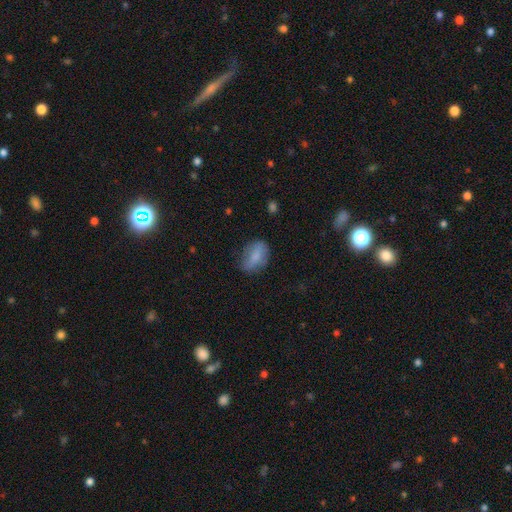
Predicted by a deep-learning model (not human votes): smooth_or_featured: smooth (p=0.75) [alt: featured or disk p=0.16]
how_rounded: in between (p=0.83) [alt: round p=0.12]
merging: none (p=0.67) [alt: minor disturbance p=0.23]